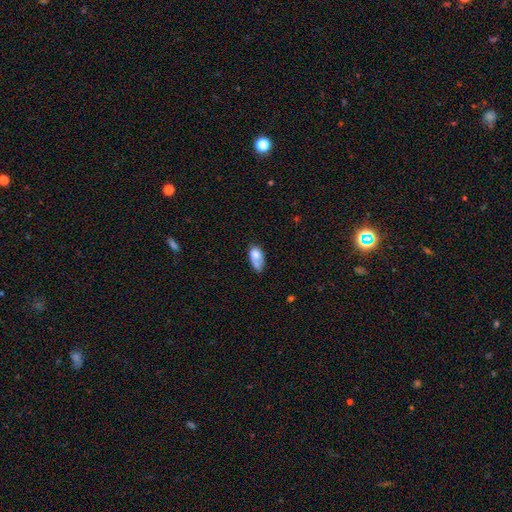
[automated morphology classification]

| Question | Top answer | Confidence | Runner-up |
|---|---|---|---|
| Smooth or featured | smooth | 71% | featured or disk (21%) |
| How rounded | in between | 89% | round (7%) |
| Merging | none | 36% | minor disturbance (30%) |